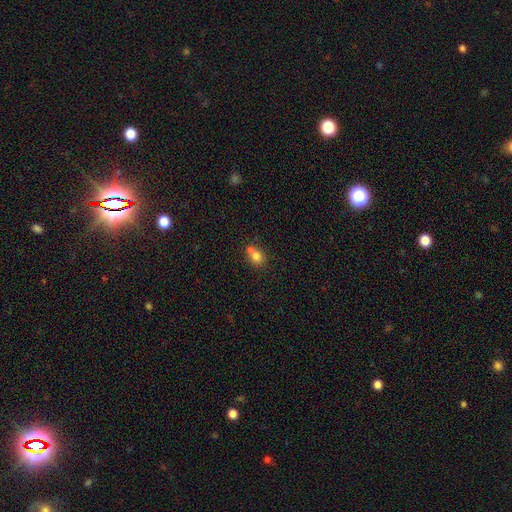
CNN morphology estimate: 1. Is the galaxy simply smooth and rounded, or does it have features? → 78% smooth, 11% featured or disk, 11% star or artifact.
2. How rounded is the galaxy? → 66% round, 33% in between, 1% cigar-shaped.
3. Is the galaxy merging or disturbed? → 45% merger, 42% none, 10% minor disturbance, 3% major disturbance.